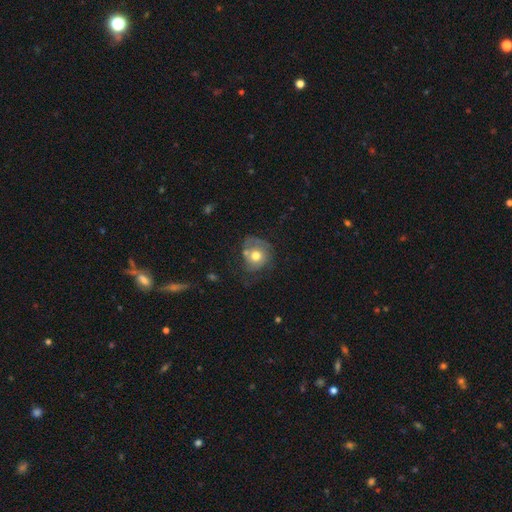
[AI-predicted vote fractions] Smooth or featured? smooth (52%)
How rounded? round (78%)
Merging? none (46%)